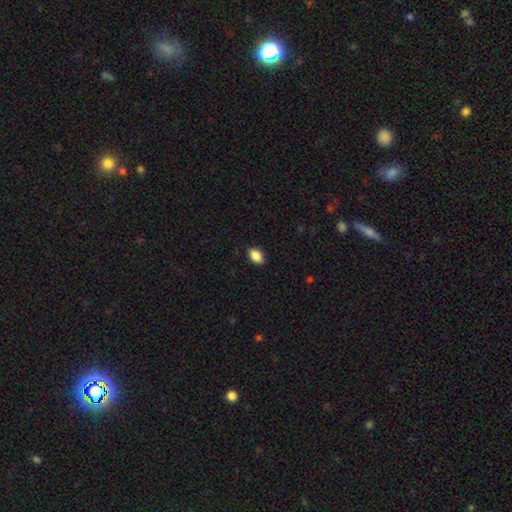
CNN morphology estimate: Q: Smooth or featured?
A: smooth (88%); runner-up: star or artifact (8%)
Q: How rounded?
A: in between (89%); runner-up: round (9%)
Q: Merging?
A: none (88%); runner-up: minor disturbance (9%)